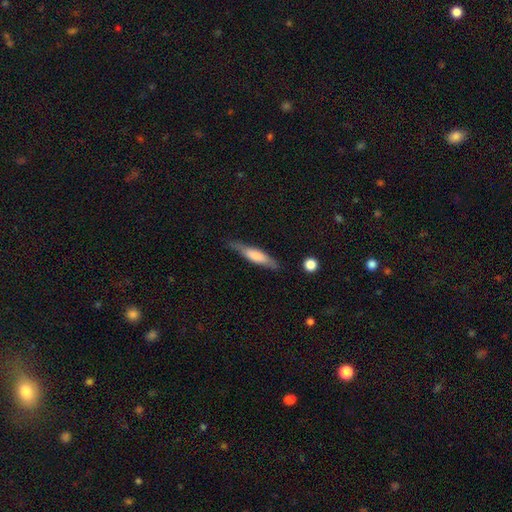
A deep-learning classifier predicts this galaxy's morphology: Overall: smooth (60%; featured or disk 34%). How rounded: cigar-shaped (79%). Merging: none (78%).